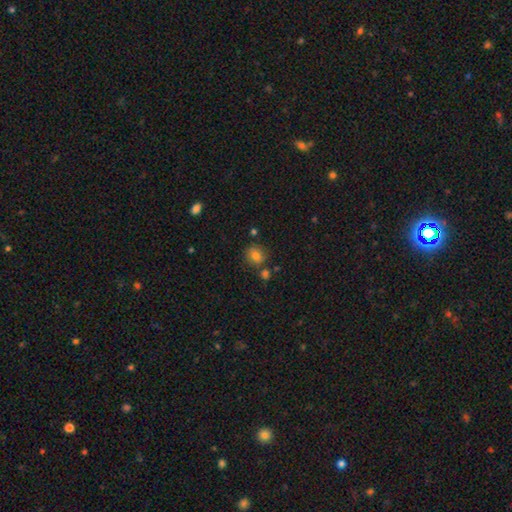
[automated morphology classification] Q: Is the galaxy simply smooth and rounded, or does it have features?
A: smooth — 78%.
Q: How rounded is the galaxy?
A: round — 70%.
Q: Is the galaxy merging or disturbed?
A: none — 72%.